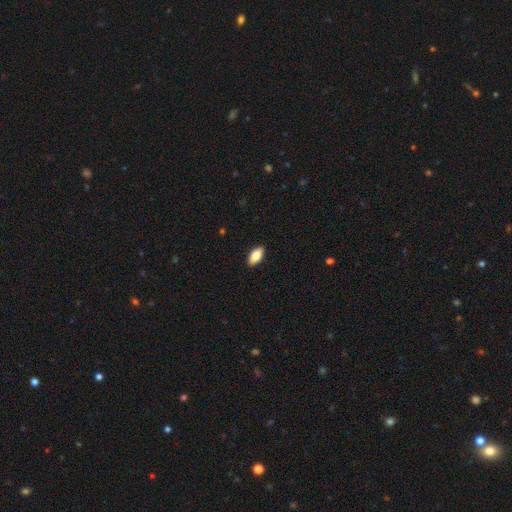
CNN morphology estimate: Smooth or featured? Predicted: smooth (p=0.79). How rounded? Predicted: in between (p=0.90). Merging? Predicted: none (p=0.90).